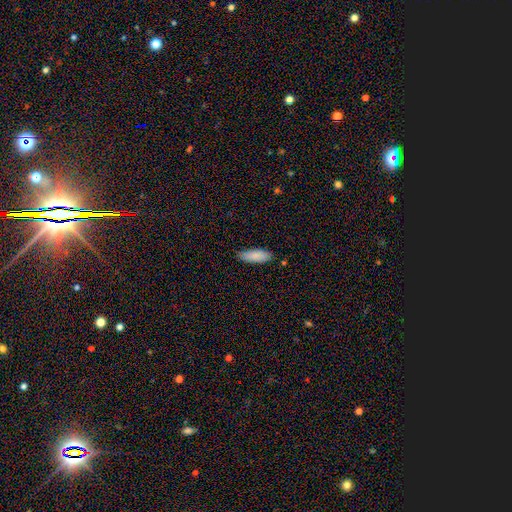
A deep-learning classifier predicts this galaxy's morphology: A smooth galaxy with no disk features (88%) that is in between round and cigar-shaped (66%).

Vote fractions:
- Smooth or featured? smooth: 88% / featured or disk: 7% / star or artifact: 6%
- How rounded? in between: 66% / cigar-shaped: 33% / round: 2%
- Merging? none: 84% / minor disturbance: 13% / major disturbance: 2% / merger: 1%